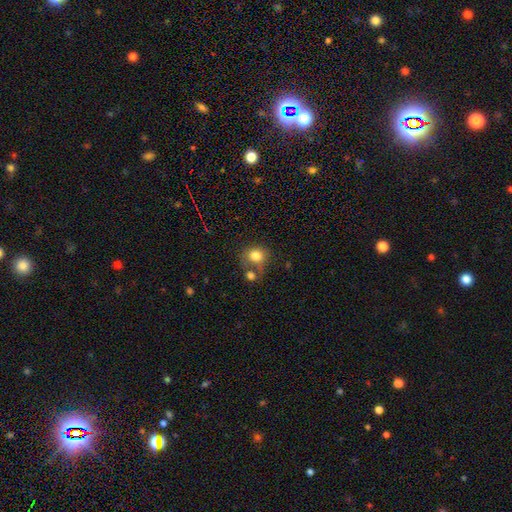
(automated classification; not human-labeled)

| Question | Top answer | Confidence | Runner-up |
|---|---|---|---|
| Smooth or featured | smooth | 80% | star or artifact (10%) |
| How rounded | round | 72% | in between (27%) |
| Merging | none | 48% | merger (28%) |